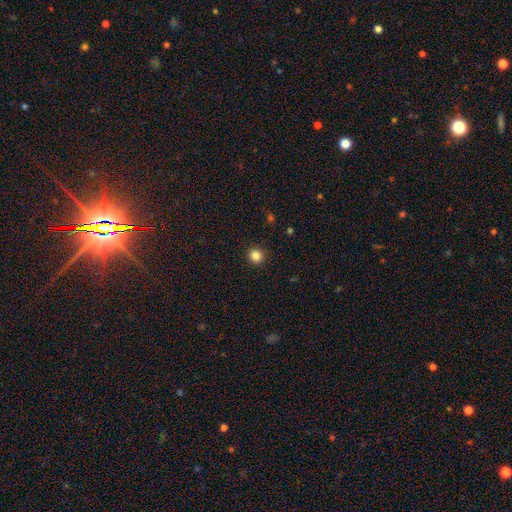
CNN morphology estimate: Smooth or featured?
  - smooth: 84% *
  - star or artifact: 12%
  - featured or disk: 4%
How rounded?
  - round: 93% *
  - in between: 6%
  - cigar-shaped: 1%
Merging?
  - none: 93% *
  - minor disturbance: 5%
  - major disturbance: 2%
  - merger: 1%